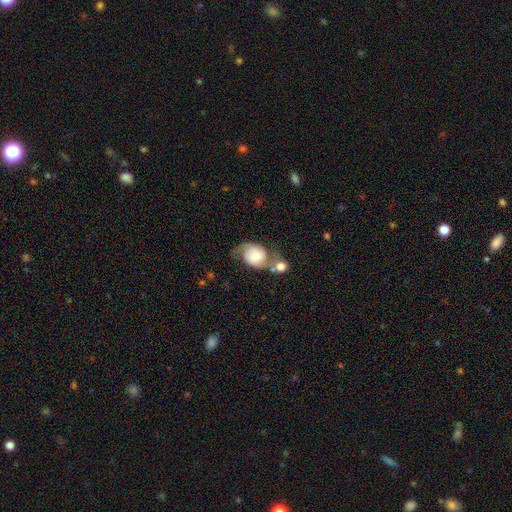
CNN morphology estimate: Smooth or featured? Predicted: featured or disk (p=0.59). Edge-on disk? Predicted: no (p=0.97). Bar? Predicted: no (p=0.66). Spiral arms? Predicted: yes (p=0.86). Bulge size? Predicted: moderate (p=0.41). Merging? Predicted: none (p=0.36).